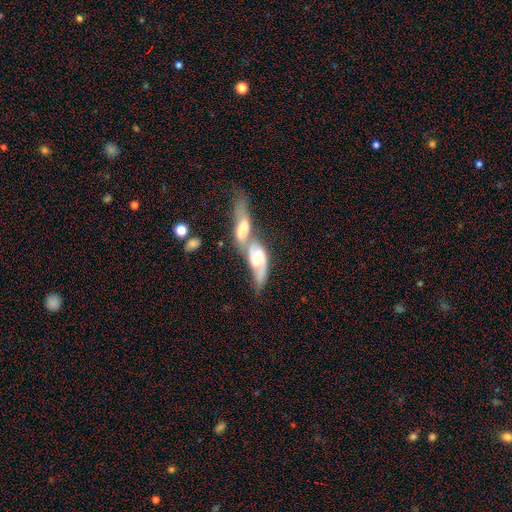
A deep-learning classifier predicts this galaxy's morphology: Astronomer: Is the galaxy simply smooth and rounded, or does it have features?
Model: featured or disk — 64%.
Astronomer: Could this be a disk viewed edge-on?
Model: yes — 62% (runner-up: no, 38%).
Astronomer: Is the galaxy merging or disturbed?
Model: merger — 66%.